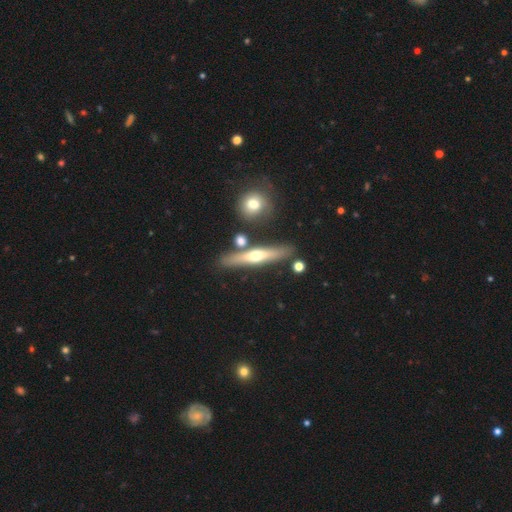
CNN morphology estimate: Smooth or featured? featured or disk (57%)
Edge-on disk? yes (91%)
Edge-on bulge? rounded (89%)
Merging? none (80%)